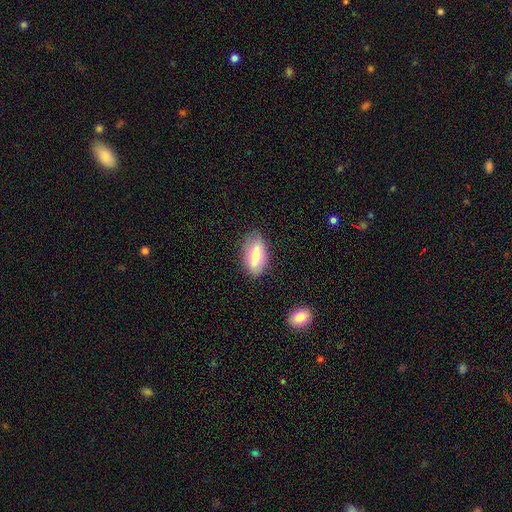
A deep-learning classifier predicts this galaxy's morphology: type=smooth (72%); roundness=in between (87%); merging=none (82%).